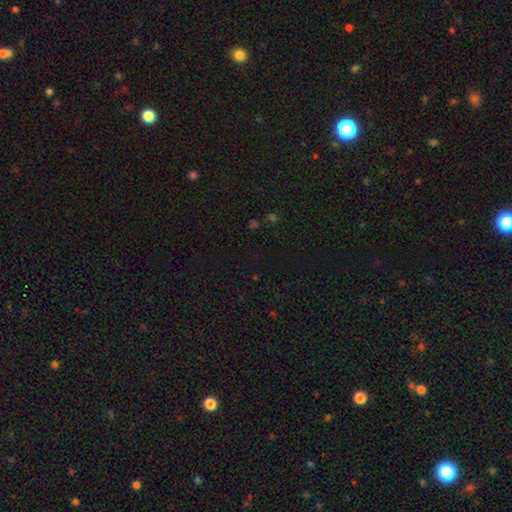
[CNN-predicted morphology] This is likely a star or artifact rather than a galaxy (63%).